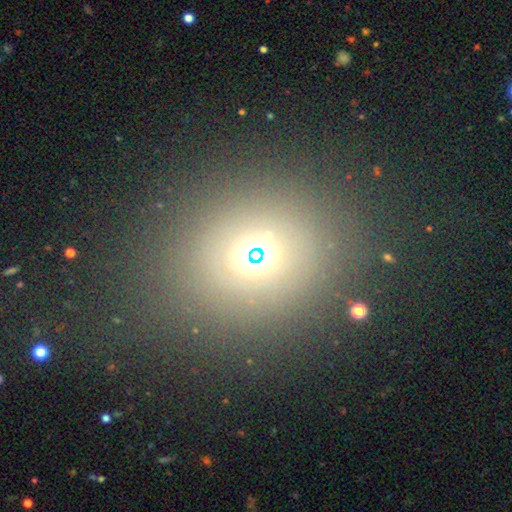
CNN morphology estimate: Q: Smooth or featured?
A: smooth (55%); runner-up: star or artifact (31%)
Q: How rounded?
A: round (67%); runner-up: in between (31%)
Q: Merging?
A: none (84%); runner-up: minor disturbance (9%)